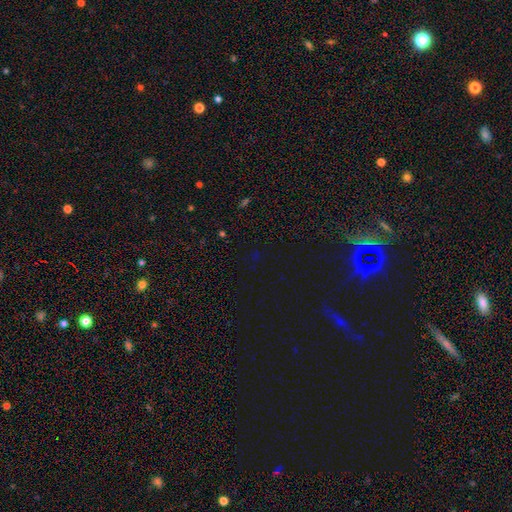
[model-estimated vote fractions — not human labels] Smooth or featured?
  - star or artifact: 73% *
  - smooth: 21%
  - featured or disk: 6%